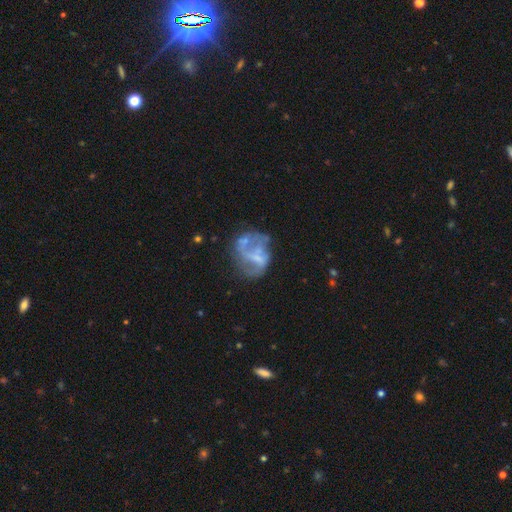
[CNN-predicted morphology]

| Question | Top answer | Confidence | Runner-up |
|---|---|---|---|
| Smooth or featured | featured or disk | 66% | smooth (24%) |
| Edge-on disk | no | 98% | yes (2%) |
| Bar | no | 50% | weak (35%) |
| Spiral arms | no | 55% | yes (45%) |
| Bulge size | none | 51% | small (27%) |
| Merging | none | 38% | major disturbance (29%) |